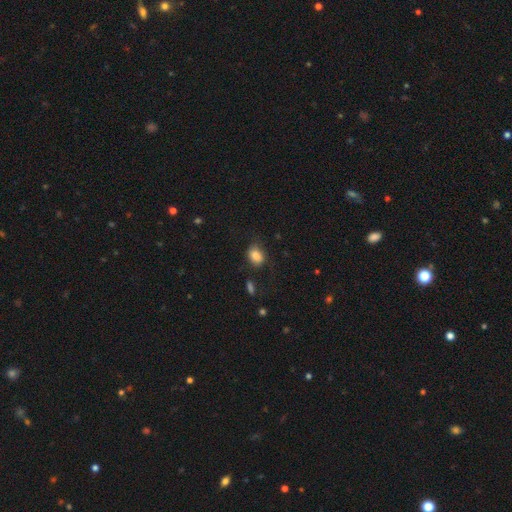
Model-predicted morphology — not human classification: The model was most divided on "how rounded": in between: 65%, round: 34%, cigar-shaped: 1%. More confident: smooth or featured — smooth (84%); merging — none (66%).